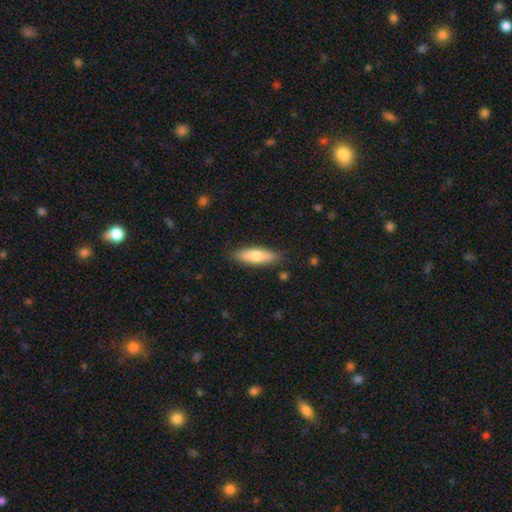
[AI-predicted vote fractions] Overall: smooth (71%). How rounded: cigar-shaped (51%; in between 47%). Merging: none (84%).